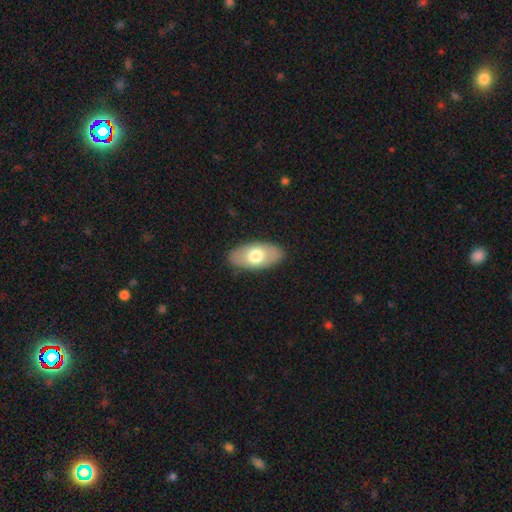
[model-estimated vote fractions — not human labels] Overall: smooth (67%; featured or disk 27%). How rounded: in between (93%). Merging: none (86%).